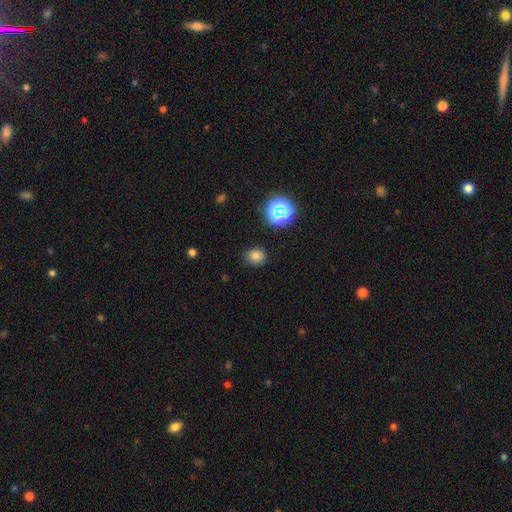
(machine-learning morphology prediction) Smooth or featured?
  - smooth: 76% *
  - star or artifact: 18%
  - featured or disk: 6%
How rounded?
  - round: 63% *
  - in between: 36%
  - cigar-shaped: 1%
Merging?
  - none: 83% *
  - minor disturbance: 12%
  - major disturbance: 3%
  - merger: 2%